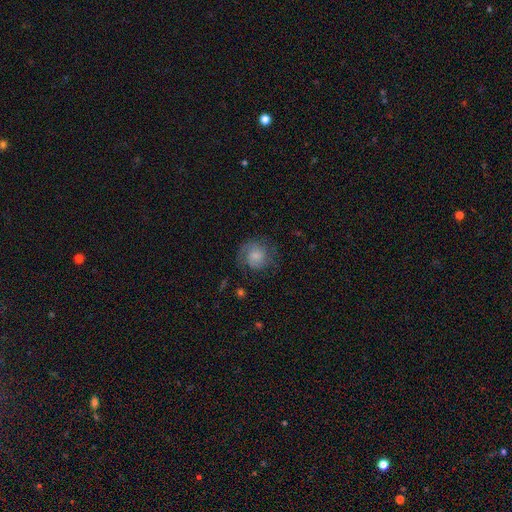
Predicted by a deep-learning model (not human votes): Smooth or featured?
  - smooth: 51% *
  - featured or disk: 41%
  - star or artifact: 8%
How rounded?
  - round: 84% *
  - in between: 15%
  - cigar-shaped: 1%
Merging?
  - none: 63% *
  - minor disturbance: 22%
  - major disturbance: 14%
  - merger: 1%